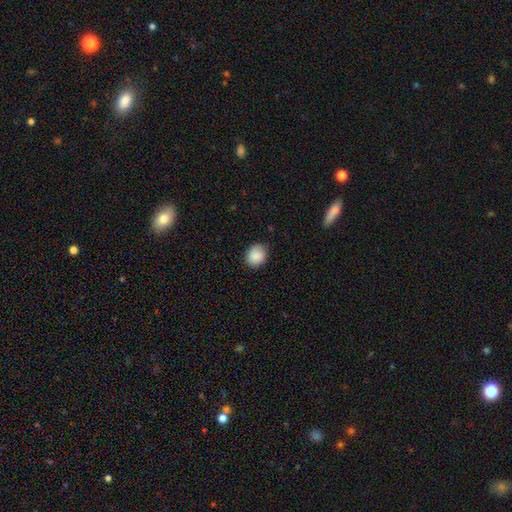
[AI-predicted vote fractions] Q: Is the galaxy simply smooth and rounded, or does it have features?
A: smooth — 87%.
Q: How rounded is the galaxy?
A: round — 66%.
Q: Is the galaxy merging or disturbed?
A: none — 81%.